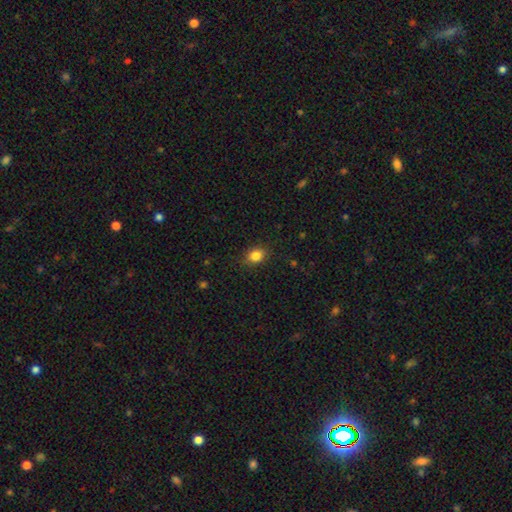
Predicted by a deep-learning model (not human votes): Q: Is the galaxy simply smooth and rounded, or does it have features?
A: smooth — 84%.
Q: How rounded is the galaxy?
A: in between — 54%.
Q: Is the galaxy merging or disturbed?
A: none — 86%.